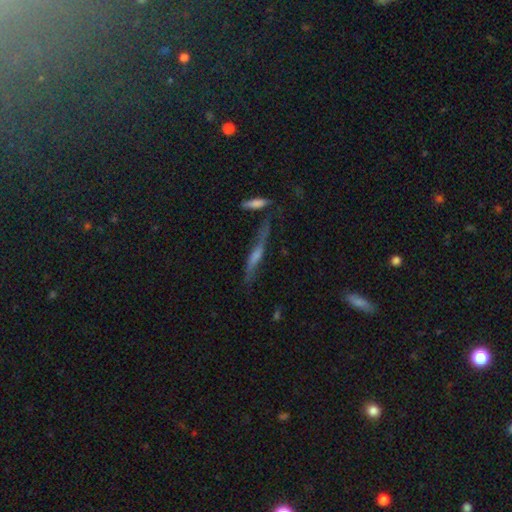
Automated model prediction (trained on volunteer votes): This appears to be a featured or disk galaxy (63%) viewed edge-on (77%). Merging: none (63%).